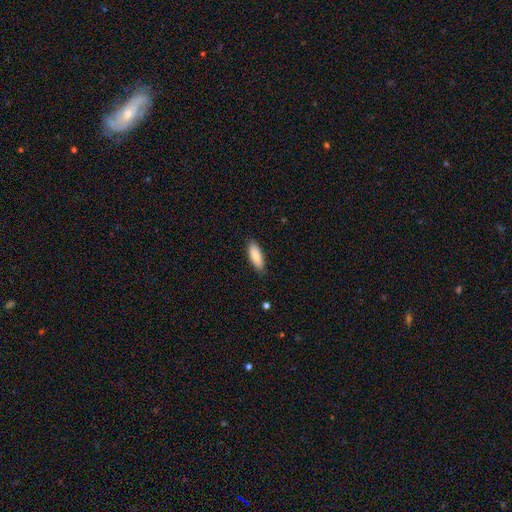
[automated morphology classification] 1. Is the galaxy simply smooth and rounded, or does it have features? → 85% smooth, 9% featured or disk, 6% star or artifact.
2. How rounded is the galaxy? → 71% in between, 28% cigar-shaped, 2% round.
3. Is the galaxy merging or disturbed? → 85% none, 12% minor disturbance, 2% major disturbance, 1% merger.